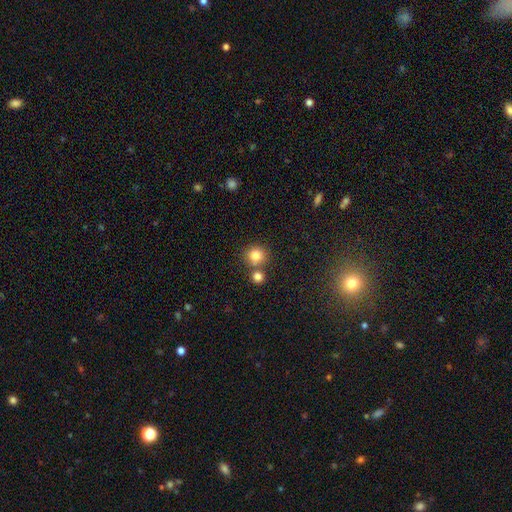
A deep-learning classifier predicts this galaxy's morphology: The model was most divided on "merging": none: 64%, merger: 25%, minor disturbance: 8%, major disturbance: 3%. More confident: how rounded — round (89%); smooth or featured — smooth (82%).